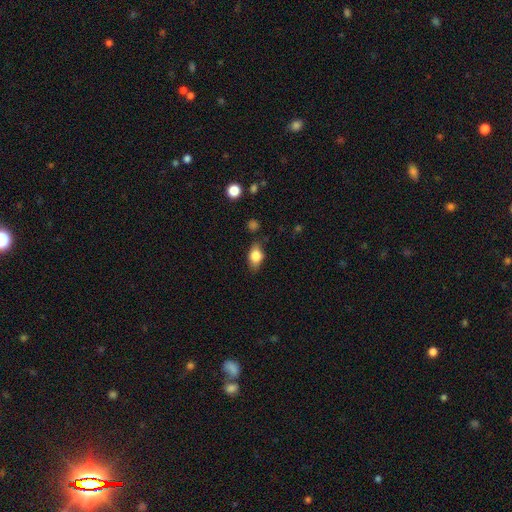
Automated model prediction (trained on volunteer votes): smooth_or_featured: smooth (p=0.78) [alt: featured or disk p=0.15]
how_rounded: in between (p=0.82) [alt: round p=0.13]
merging: none (p=0.75) [alt: minor disturbance p=0.18]